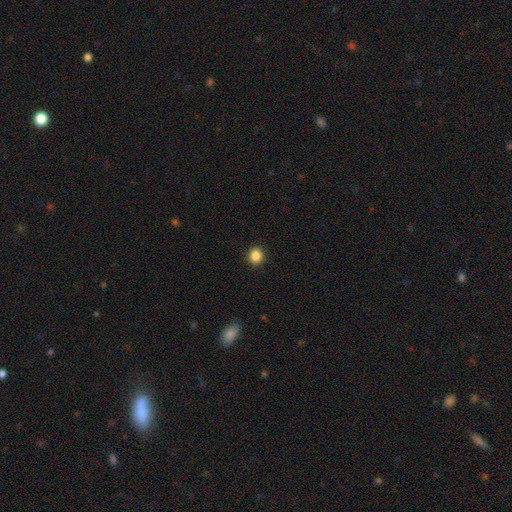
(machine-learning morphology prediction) smooth_or_featured: smooth (p=0.86) [alt: star or artifact p=0.10]
how_rounded: round (p=0.87) [alt: in between p=0.12]
merging: none (p=0.92) [alt: minor disturbance p=0.05]